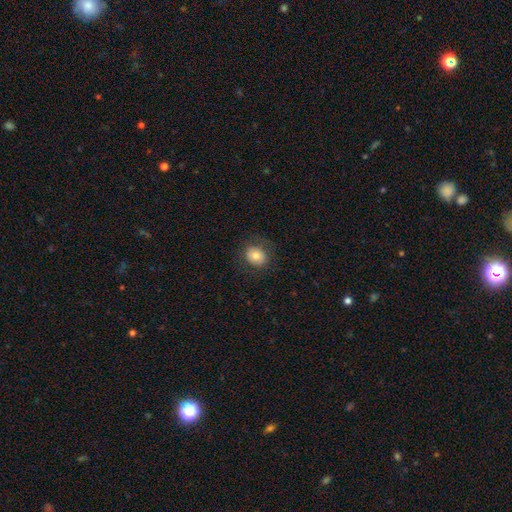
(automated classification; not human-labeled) Morphology: type=smooth (76%); roundness=round (64%); merging=none (82%).